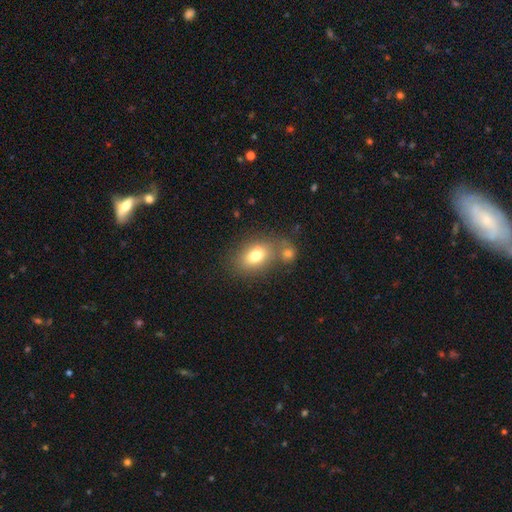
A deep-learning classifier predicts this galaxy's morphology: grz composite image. It shows a smooth galaxy with no disk features (74%) that is in between round and cigar-shaped (77%). Merging: none (51%).